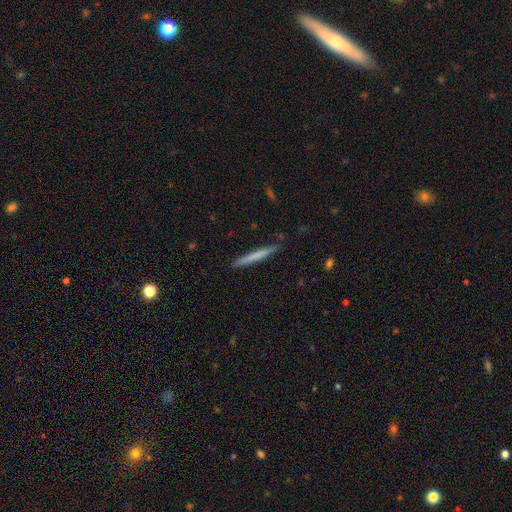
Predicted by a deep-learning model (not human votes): The model was most divided on "smooth or featured": smooth: 67%, featured or disk: 28%, star or artifact: 5%. More confident: how rounded — cigar-shaped (97%); merging — none (90%).